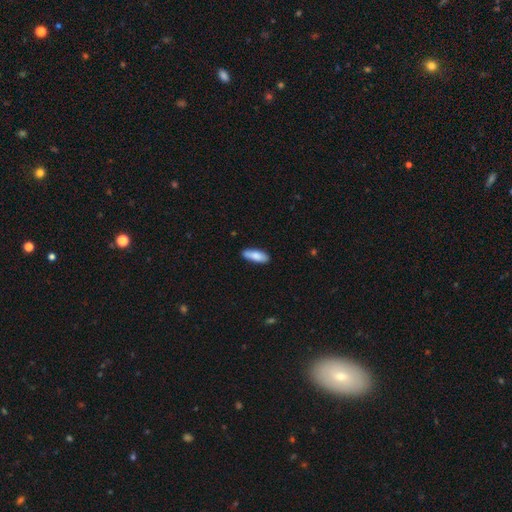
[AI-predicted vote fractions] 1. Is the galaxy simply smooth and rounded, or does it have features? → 83% smooth, 12% featured or disk, 6% star or artifact.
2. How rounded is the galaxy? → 63% in between, 35% cigar-shaped, 2% round.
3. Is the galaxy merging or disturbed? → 86% none, 11% minor disturbance, 2% major disturbance, 1% merger.